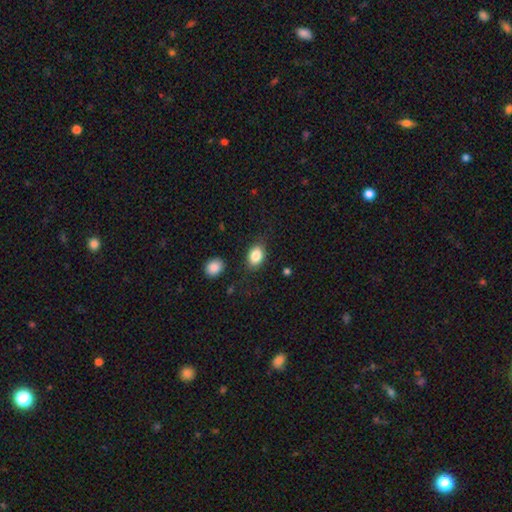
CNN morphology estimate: This is clearly a smooth galaxy (85%). How rounded: clearly in between (82%). Merging: clearly none (80%).